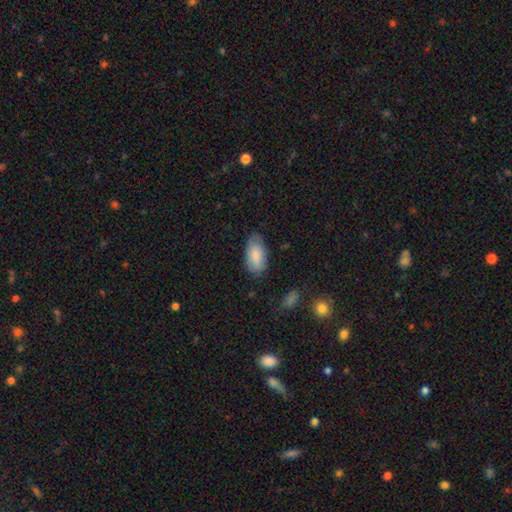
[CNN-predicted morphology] Smooth or featured?
  - smooth: 85% *
  - featured or disk: 9%
  - star or artifact: 6%
How rounded?
  - in between: 94% *
  - cigar-shaped: 4%
  - round: 2%
Merging?
  - none: 74% *
  - minor disturbance: 20%
  - major disturbance: 4%
  - merger: 2%